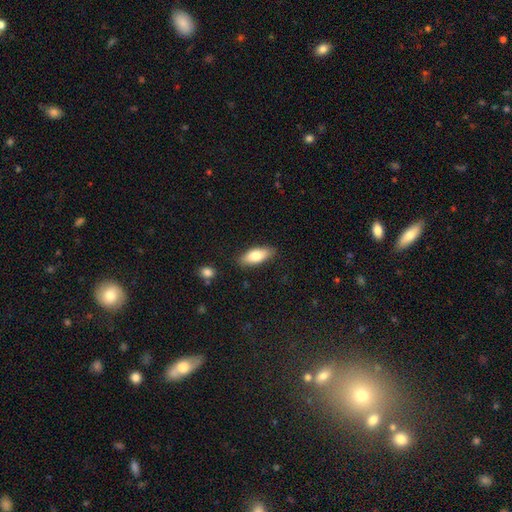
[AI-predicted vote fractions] Smooth or featured: smooth — 77% (featured or disk — 17%)
How rounded: in between — 79% (cigar-shaped — 19%)
Merging: none — 84% (minor disturbance — 12%)